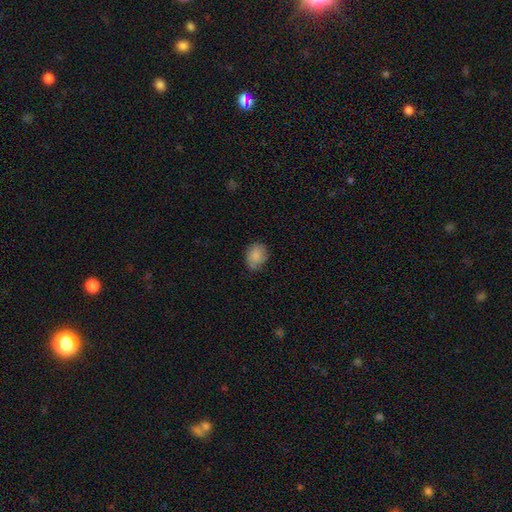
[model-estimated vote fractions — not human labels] Q: Smooth or featured?
A: smooth (84%); runner-up: featured or disk (8%)
Q: How rounded?
A: round (54%); runner-up: in between (45%)
Q: Merging?
A: none (70%); runner-up: minor disturbance (24%)